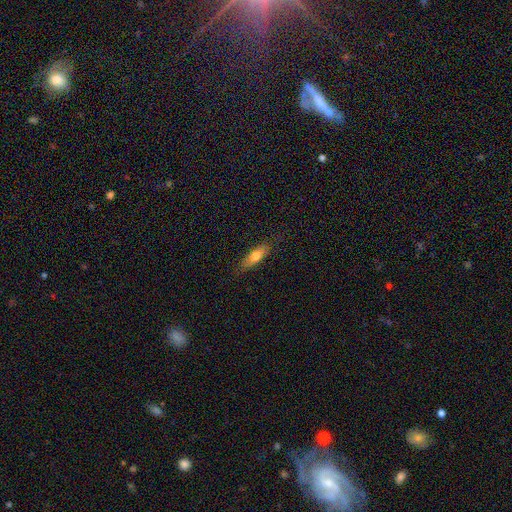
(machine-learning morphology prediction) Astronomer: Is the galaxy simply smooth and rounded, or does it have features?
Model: smooth — 71%.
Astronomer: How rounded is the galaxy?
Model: in between — 52% (runner-up: cigar-shaped, 46%).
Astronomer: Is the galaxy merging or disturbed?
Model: none — 80%.